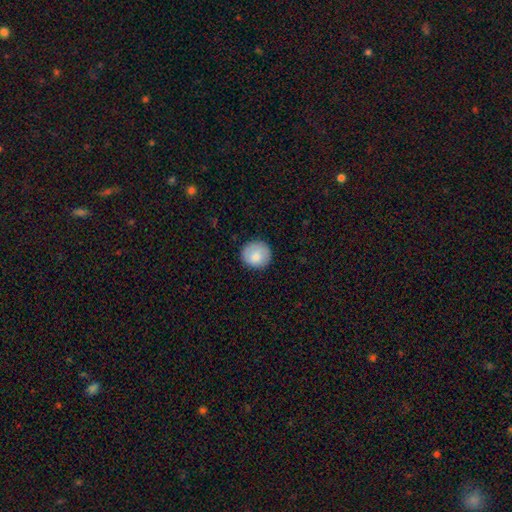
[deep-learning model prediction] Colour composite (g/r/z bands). It shows a smooth galaxy with no disk features (84%) that is round (91%). Merging: none (86%).